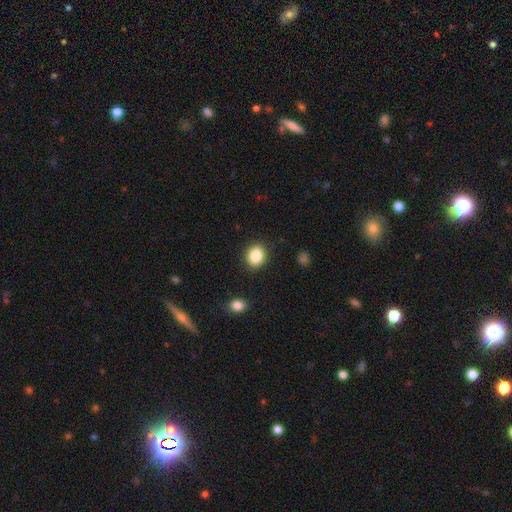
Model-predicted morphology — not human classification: Smooth or featured? smooth (86%)
How rounded? round (64%)
Merging? none (89%)